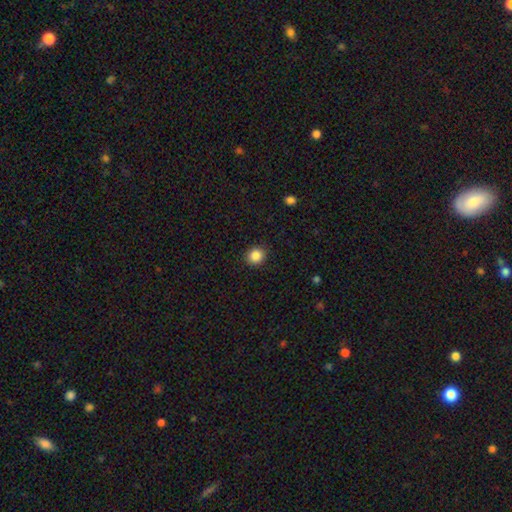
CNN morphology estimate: type=smooth (87%); roundness=round (81%); merging=none (91%).